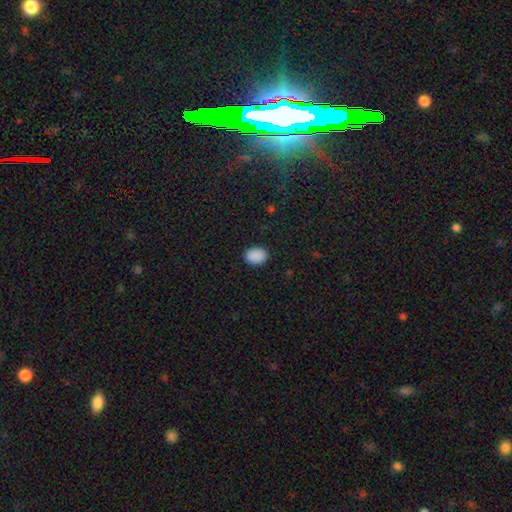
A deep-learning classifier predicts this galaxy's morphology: smooth-or-featured: smooth: 90% | star or artifact: 8% | featured or disk: 2%
  how-rounded: in between: 65% | round: 34% | cigar-shaped: 1%
  merging: none: 89% | minor disturbance: 8% | major disturbance: 2% | merger: 1%